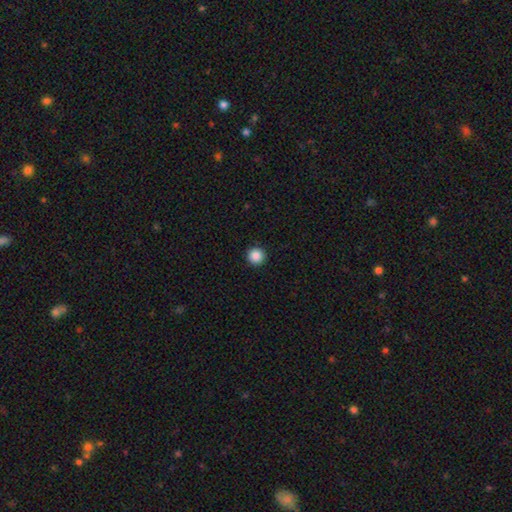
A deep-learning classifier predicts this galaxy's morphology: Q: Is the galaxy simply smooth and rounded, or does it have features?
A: smooth — 88%.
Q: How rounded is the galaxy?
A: round — 96%.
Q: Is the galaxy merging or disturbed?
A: none — 93%.